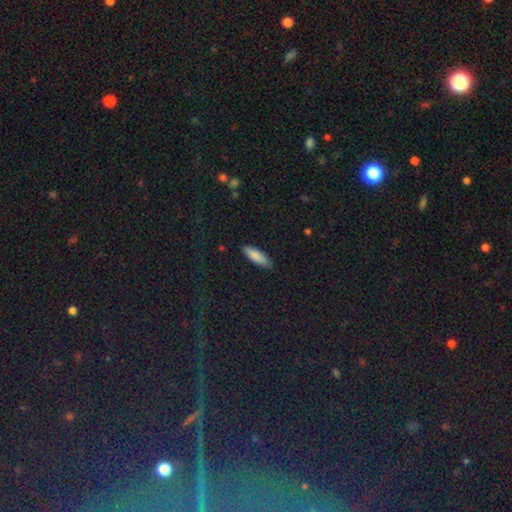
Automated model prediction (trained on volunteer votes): A smooth galaxy with no disk features (85%) that is in between round and cigar-shaped (52%). Merging: none (84%).